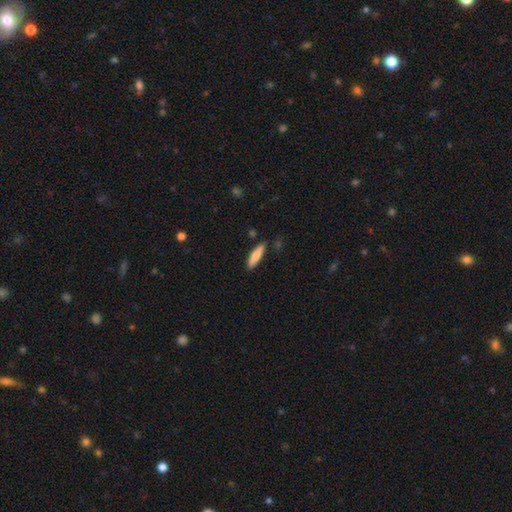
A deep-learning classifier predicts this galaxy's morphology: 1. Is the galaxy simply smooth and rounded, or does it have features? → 79% smooth, 16% featured or disk, 6% star or artifact.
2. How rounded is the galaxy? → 71% cigar-shaped, 27% in between, 2% round.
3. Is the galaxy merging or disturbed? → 85% none, 11% minor disturbance, 2% merger, 2% major disturbance.